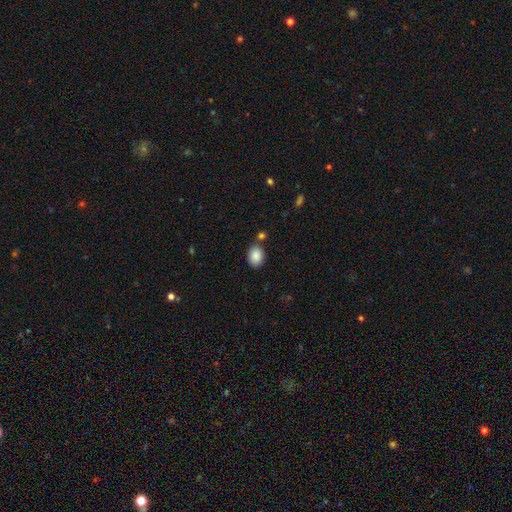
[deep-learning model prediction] A smooth galaxy with no disk features (88%) that is in between round and cigar-shaped (68%).

Vote fractions:
- Smooth or featured? smooth: 88% / star or artifact: 8% / featured or disk: 4%
- How rounded? in between: 68% / round: 31% / cigar-shaped: 1%
- Merging? none: 75% / minor disturbance: 13% / merger: 9% / major disturbance: 3%